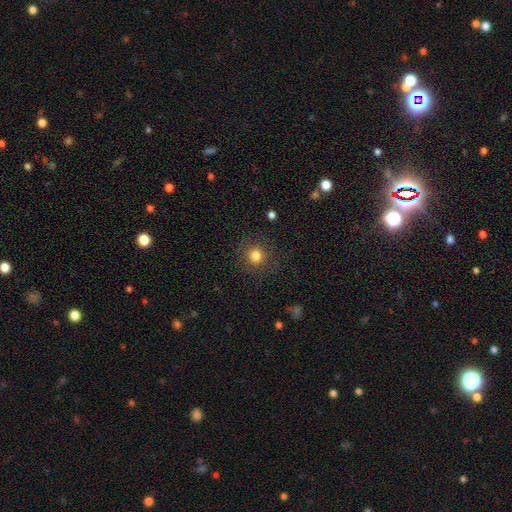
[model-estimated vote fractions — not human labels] This is clearly a smooth galaxy (81%). How rounded: clearly round (93%). Merging: clearly none (87%).